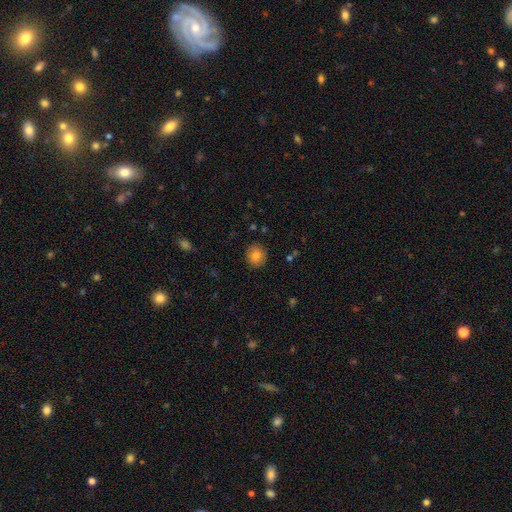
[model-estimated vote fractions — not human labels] Morphology: type=smooth (80%); roundness=round (86%); merging=none (89%).